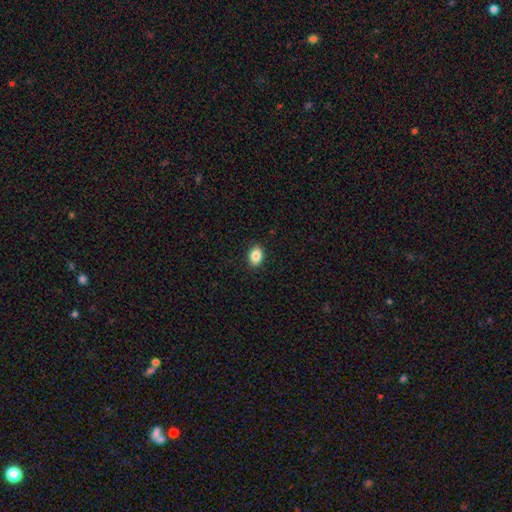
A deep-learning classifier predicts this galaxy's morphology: Smooth or featured? smooth (86%)
How rounded? in between (82%)
Merging? none (90%)